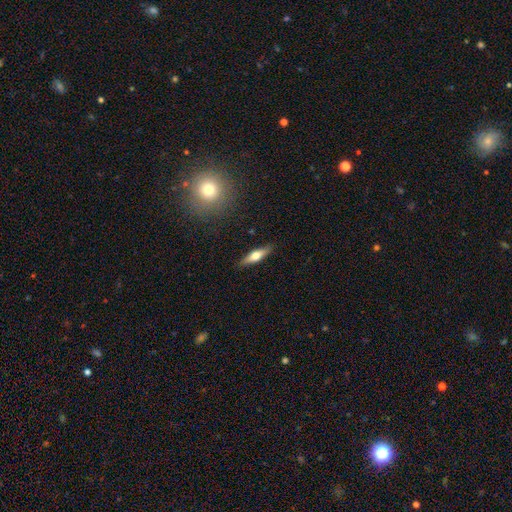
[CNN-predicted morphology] A smooth galaxy with no disk features (47%, tied with featured or disk).

Vote fractions:
- Smooth or featured? smooth: 47% (tied) / featured or disk: 47% (tied) / star or artifact: 6%
- Merging? none: 88% / minor disturbance: 8% / major disturbance: 2% / merger: 1%